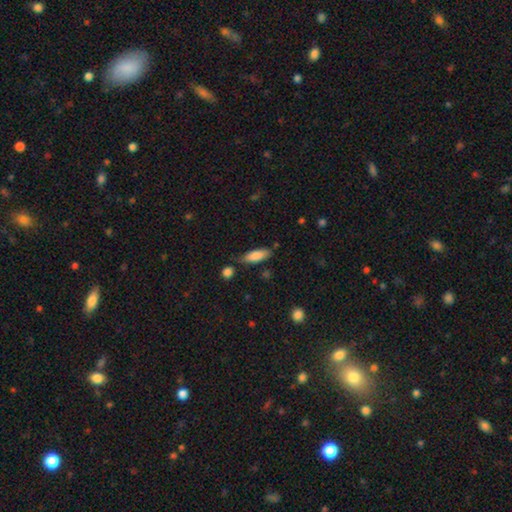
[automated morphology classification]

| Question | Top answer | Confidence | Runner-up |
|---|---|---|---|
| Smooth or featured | smooth | 83% | featured or disk (10%) |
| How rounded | in between | 62% | cigar-shaped (36%) |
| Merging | none | 71% | minor disturbance (19%) |